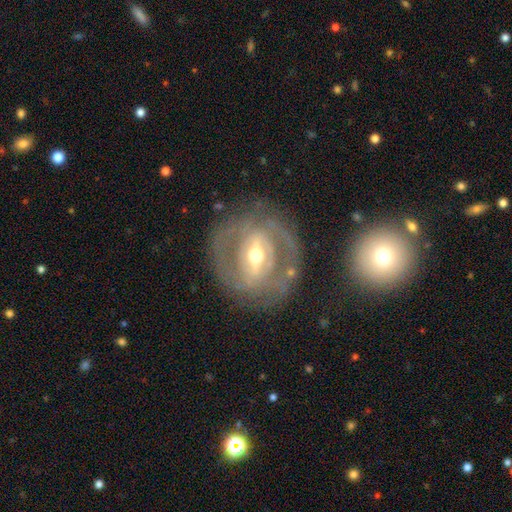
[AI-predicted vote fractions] Overall: featured or disk (82%). Edge-on disk: no (93%). Bar: strong (53%; weak 33%). Spiral arms: yes (69%; no 31%). Spiral arm count: 2 (54%; can't tell 27%). Spiral winding: tight (57%; medium 31%). Bulge size: moderate (68%). Merging: none (73%).